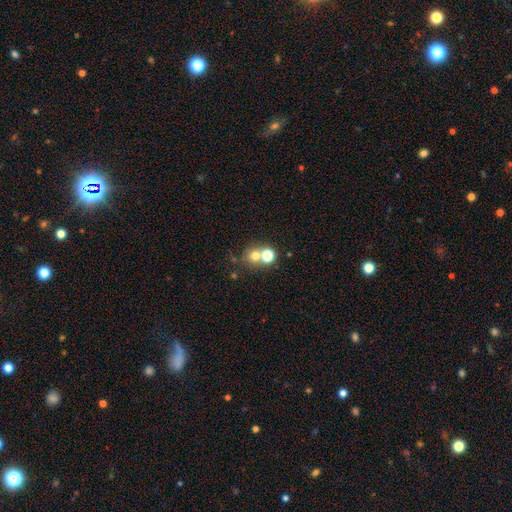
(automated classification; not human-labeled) Morphology: type=smooth (69%); roundness=round (85%); merging=none (51%).